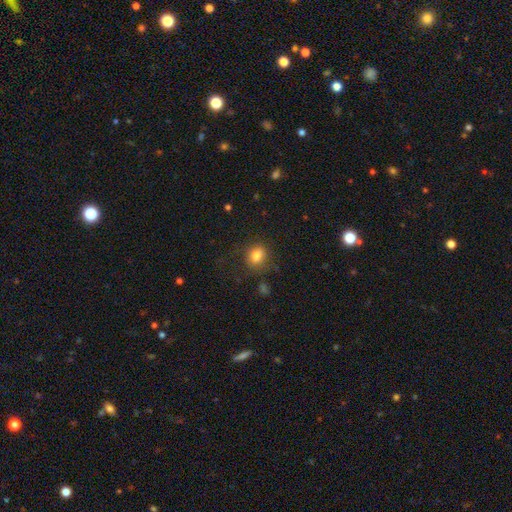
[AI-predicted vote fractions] A smooth galaxy with no disk features (81%) that is round (57%).

Vote fractions:
- Smooth or featured? smooth: 81% / star or artifact: 11% / featured or disk: 8%
- How rounded? round: 57% / in between: 42% / cigar-shaped: 1%
- Merging? none: 74% / minor disturbance: 16% / major disturbance: 8% / merger: 2%